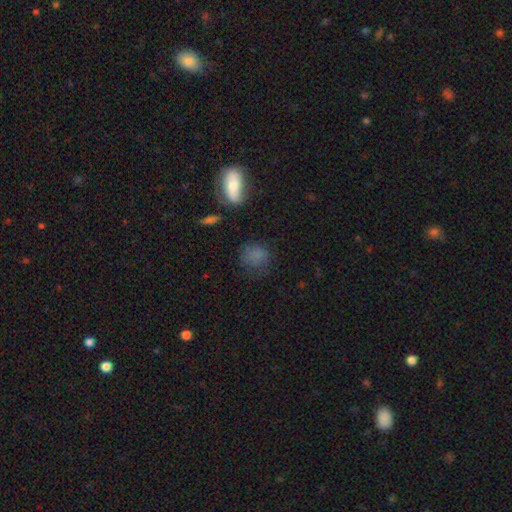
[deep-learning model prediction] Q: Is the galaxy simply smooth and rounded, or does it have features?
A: smooth — 75%.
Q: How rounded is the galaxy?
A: round — 64%.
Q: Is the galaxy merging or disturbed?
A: none — 60%.